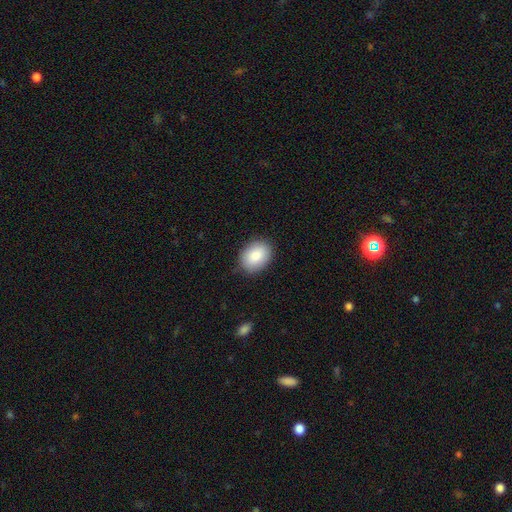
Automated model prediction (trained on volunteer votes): Overall: smooth (86%). How rounded: in between (66%; round 33%). Merging: none (84%).